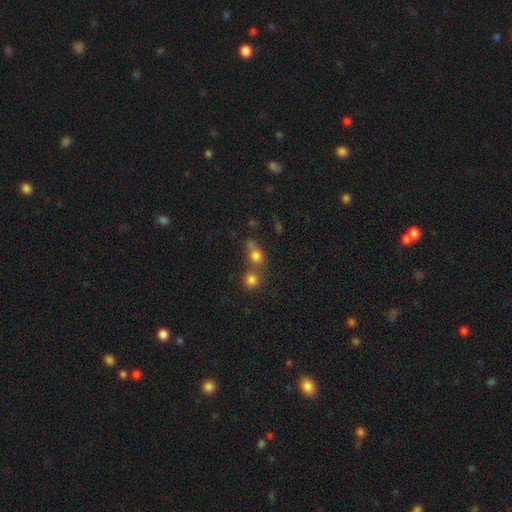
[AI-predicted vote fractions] Overall: smooth (75%). How rounded: round (72%). Merging: none (42%, tied with merger).